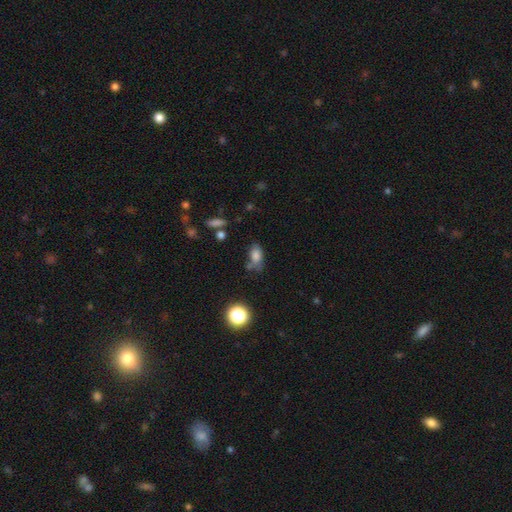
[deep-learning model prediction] Smooth or featured? smooth (78%)
How rounded? in between (84%)
Merging? none (53%)